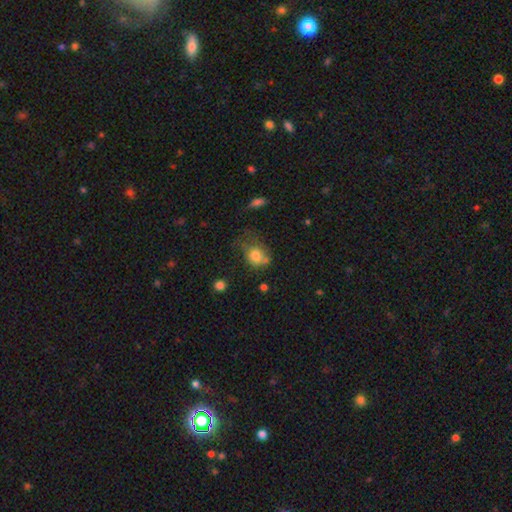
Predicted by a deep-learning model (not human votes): Smooth or featured: smooth — 75% (featured or disk — 15%)
How rounded: round — 50% (in between — 48%)
Merging: none — 36% (minor disturbance — 28%)